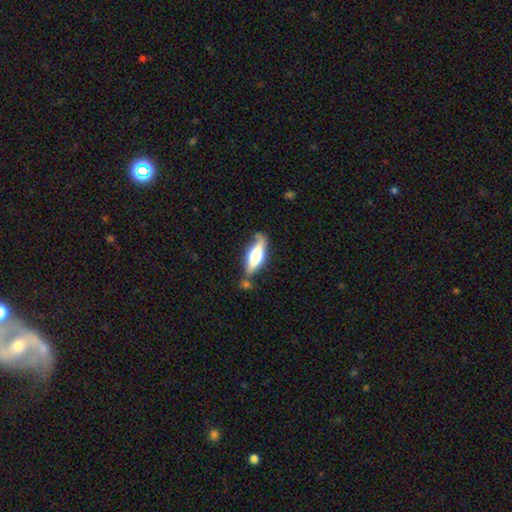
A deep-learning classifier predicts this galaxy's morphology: smooth_or_featured: featured or disk (p=0.51) [alt: smooth p=0.43]
disk_edge_on: yes (p=0.87) [alt: no p=0.13]
merging: none (p=0.63) [alt: minor disturbance p=0.21]